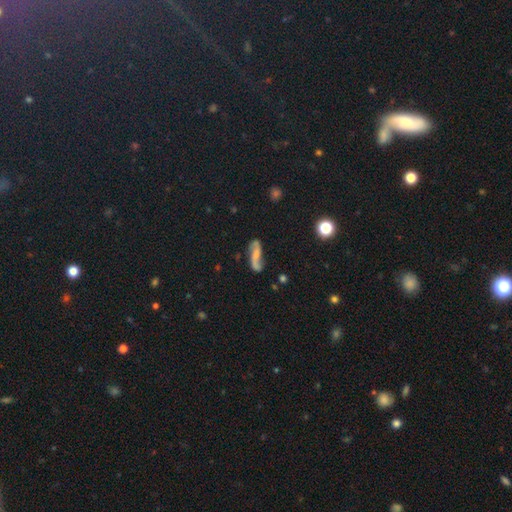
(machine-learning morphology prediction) Smooth or featured? Predicted: featured or disk (p=0.65). Edge-on disk? Predicted: no (p=0.89). Bar? Predicted: no (p=0.46). Spiral arms? Predicted: yes (p=0.90). Spiral winding? Predicted: loose (p=0.79). Spiral arm count? Predicted: 2 (p=0.90). Bulge size? Predicted: none (p=0.51). Merging? Predicted: none (p=0.66).